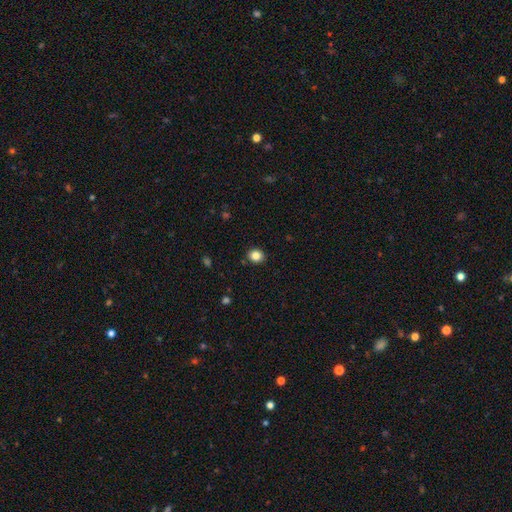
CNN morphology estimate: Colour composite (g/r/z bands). It shows a smooth galaxy with no disk features (85%) that is round (73%). Merging: none (89%).